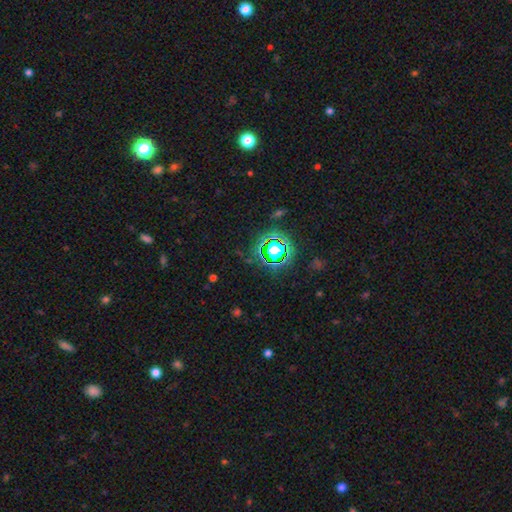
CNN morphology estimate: Smooth or featured: star or artifact — 78% (smooth — 14%)